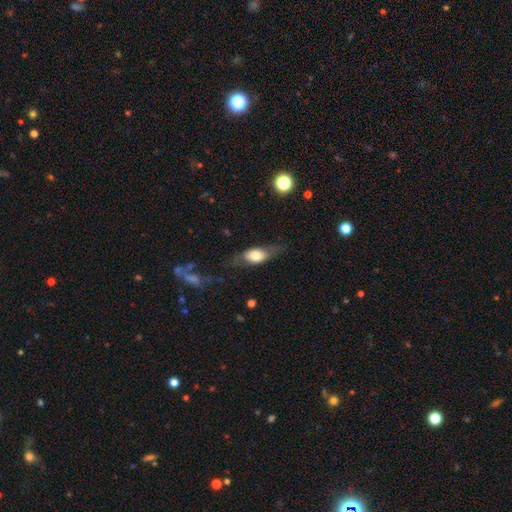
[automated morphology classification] A smooth galaxy with no disk features (63%) that is in between round and cigar-shaped (81%).

Vote fractions:
- Smooth or featured? smooth: 63% / featured or disk: 30% / star or artifact: 7%
- How rounded? in between: 81% / cigar-shaped: 11% / round: 8%
- Merging? none: 57% / minor disturbance: 24% / major disturbance: 16% / merger: 2%